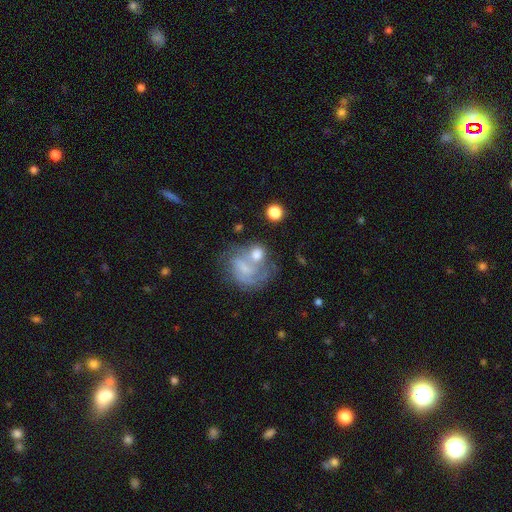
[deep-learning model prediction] This is possibly a featured or disk galaxy (59%). It is clearly not viewed edge-on (97%). Bar: possibly no (52%). Spiral arm pattern: likely yes (71%). Central bulge: marginally small (45%). Merging: marginally none (36%).